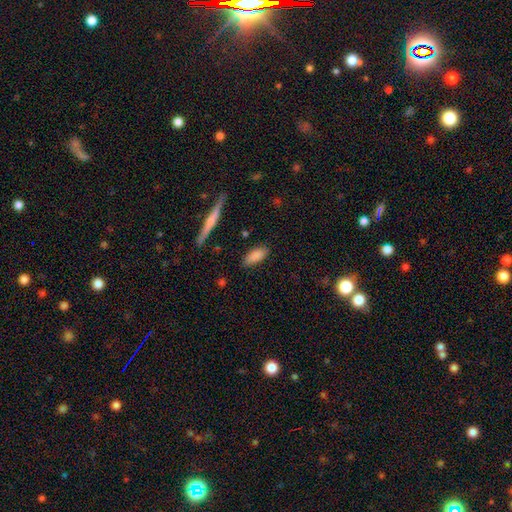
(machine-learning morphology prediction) This is clearly a smooth galaxy (85%). How rounded: clearly in between (82%). Merging: clearly none (83%).